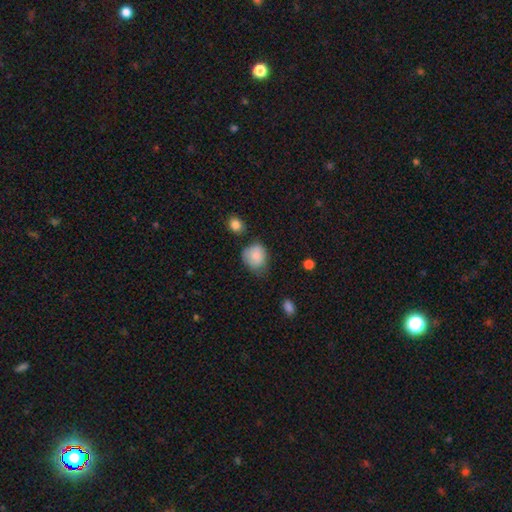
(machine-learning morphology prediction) smooth 82%, featured or disk 10%, star or artifact 8%. Down the decision tree: how rounded — round (62%); merging — none (49%).